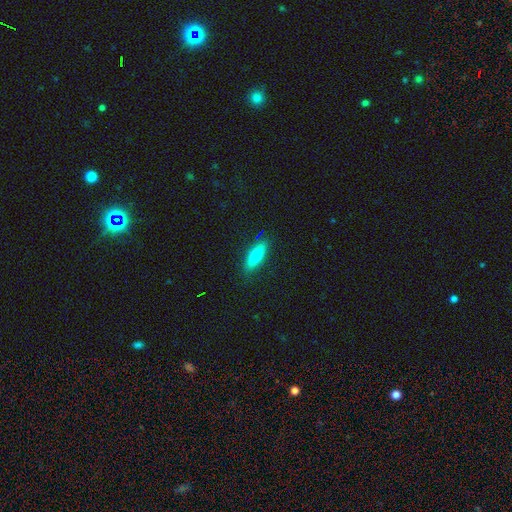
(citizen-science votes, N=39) This is possibly a smooth galaxy (56%). How rounded: possibly in between (50%, tied with cigar-shaped). Merging: clearly none (83%).